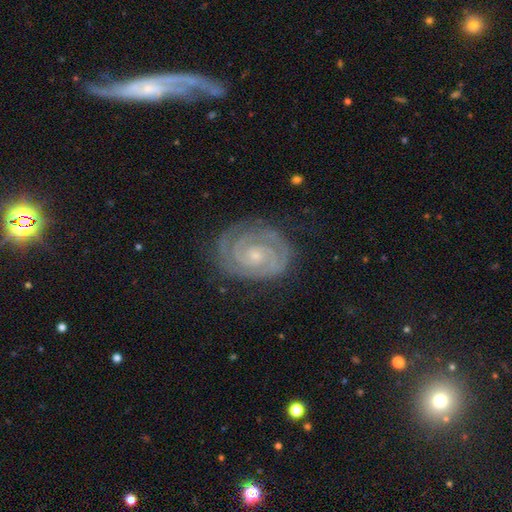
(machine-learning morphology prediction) smooth_or_featured: featured or disk (p=0.90) [alt: star or artifact p=0.05]
disk_edge_on: no (p=0.98) [alt: yes p=0.02]
bar: no (p=0.66) [alt: weak p=0.25]
has_spiral_arms: yes (p=0.98) [alt: no p=0.02]
spiral_winding: tight (p=0.83) [alt: medium p=0.15]
spiral_arm_count: 2 (p=0.78) [alt: 3 p=0.09]
bulge_size: small (p=0.72) [alt: moderate p=0.23]
merging: none (p=0.81) [alt: minor disturbance p=0.14]